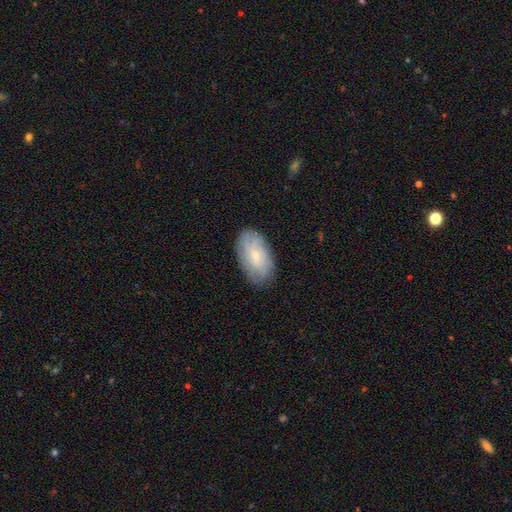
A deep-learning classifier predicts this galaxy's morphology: Smooth or featured? Predicted: smooth (p=0.46, tied with featured or disk). Merging? Predicted: none (p=0.82).